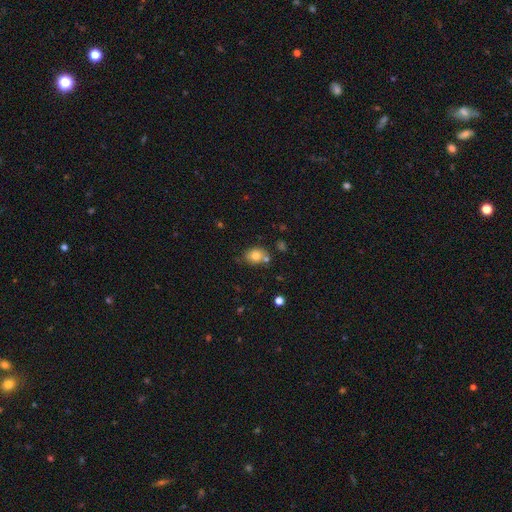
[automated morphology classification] This appears to be a smooth galaxy with no disk features (77%) that is round (50%). Merging: none (66%).